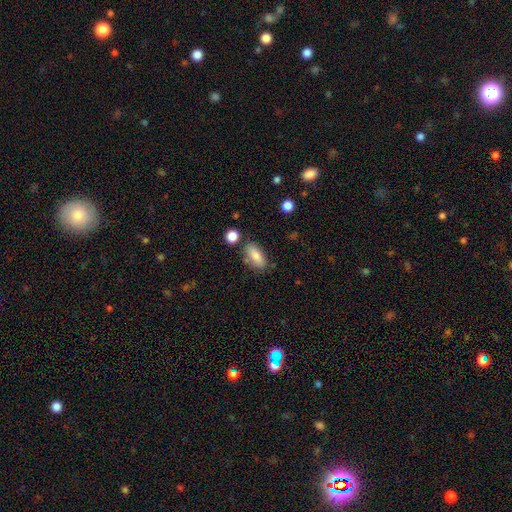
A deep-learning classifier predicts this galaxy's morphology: A smooth galaxy with no disk features (81%) that is in between round and cigar-shaped (80%). Merging: none (76%).